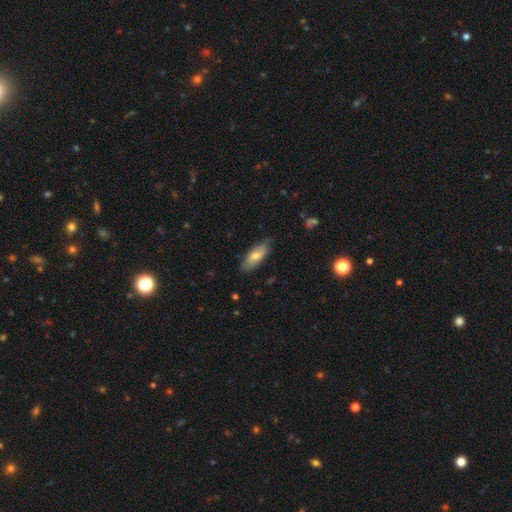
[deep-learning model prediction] Overall: smooth (73%). How rounded: in between (74%). Merging: none (79%).